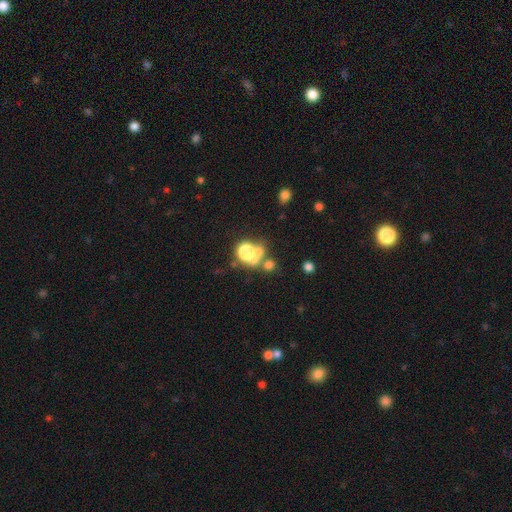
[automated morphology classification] This appears to be a smooth galaxy with no disk features (56%) that is round (80%). Merging: none (42%).